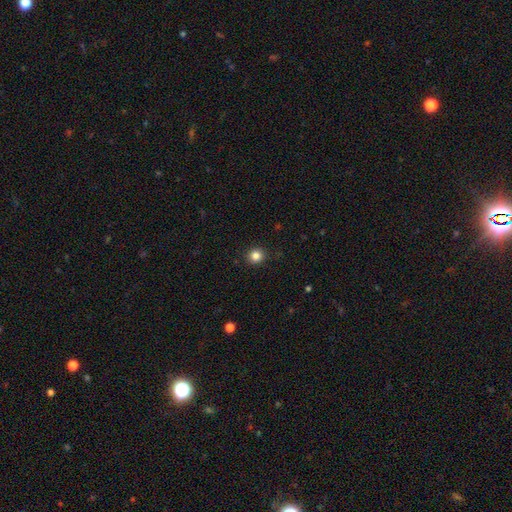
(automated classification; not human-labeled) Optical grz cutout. It shows a smooth galaxy with no disk features (84%) that is round (90%). Merging: none (91%).